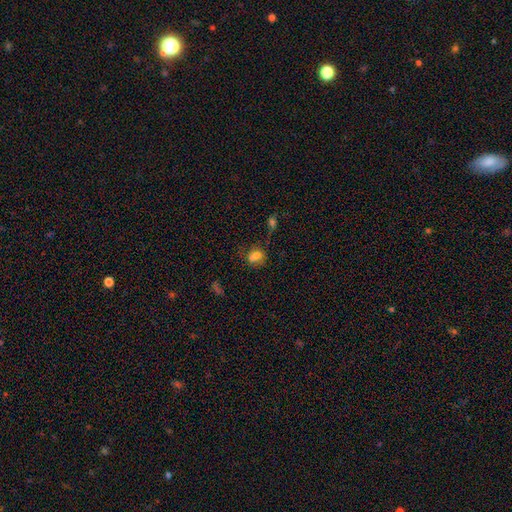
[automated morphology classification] Q: Smooth or featured?
A: smooth (71%); runner-up: star or artifact (15%)
Q: How rounded?
A: round (61%); runner-up: in between (37%)
Q: Merging?
A: none (42%); runner-up: merger (32%)